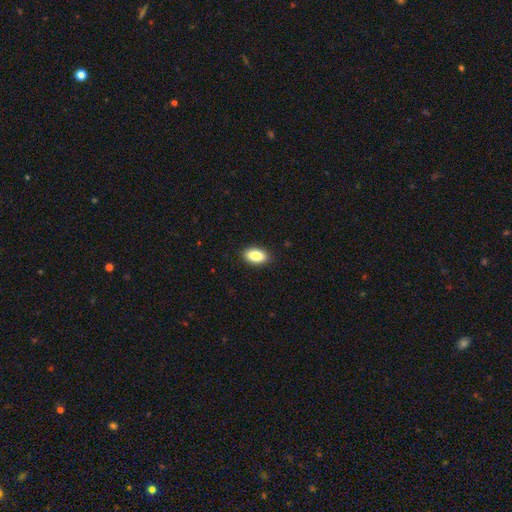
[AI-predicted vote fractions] Overall: smooth (86%). How rounded: in between (92%). Merging: none (90%).